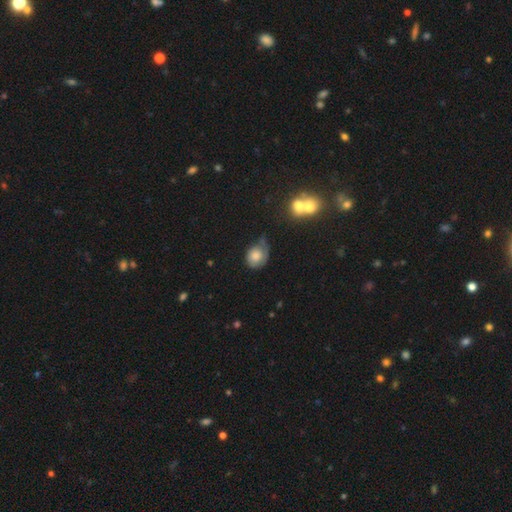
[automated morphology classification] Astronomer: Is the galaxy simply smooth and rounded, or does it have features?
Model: smooth — 67%.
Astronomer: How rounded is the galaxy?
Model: round — 58% (runner-up: in between, 41%).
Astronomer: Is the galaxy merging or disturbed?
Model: none — 39% (runner-up: minor disturbance, 36%).